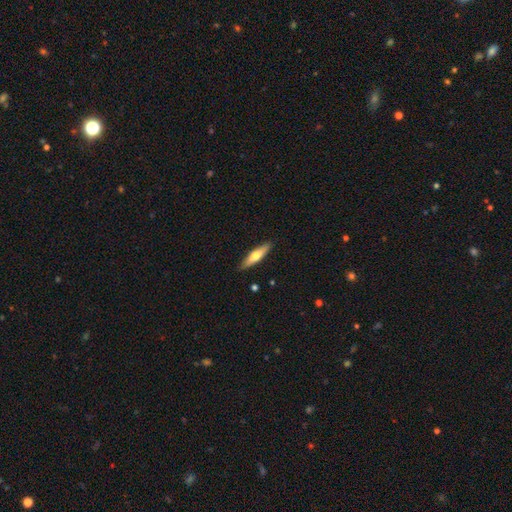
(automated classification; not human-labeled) Smooth or featured? Predicted: smooth (p=0.54). How rounded? Predicted: cigar-shaped (p=0.76). Merging? Predicted: none (p=0.89).